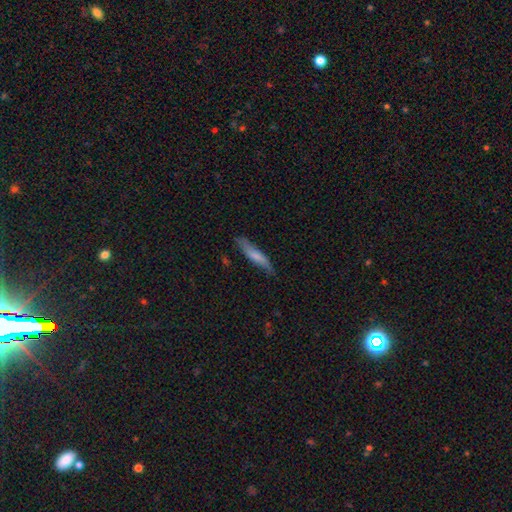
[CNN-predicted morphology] A smooth galaxy with no disk features (67%) that is cigar-shaped (84%). Merging: none (75%).